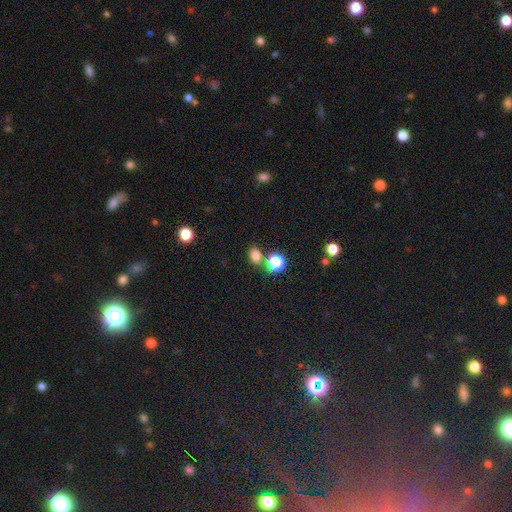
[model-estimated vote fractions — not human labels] A smooth galaxy with no disk features (77%) that is in between round and cigar-shaped (55%). Merging: none (72%).